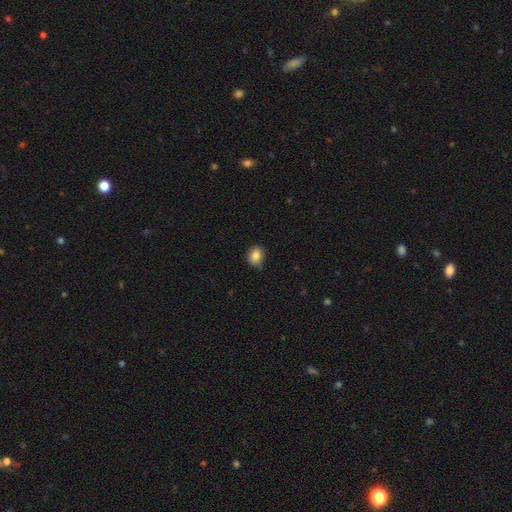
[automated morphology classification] A smooth galaxy with no disk features (84%) that is round (62%). Merging: none (71%).